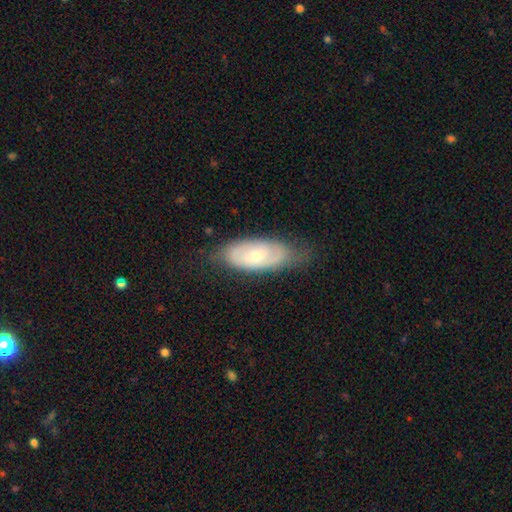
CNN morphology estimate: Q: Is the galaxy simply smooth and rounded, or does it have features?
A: featured or disk — 57%.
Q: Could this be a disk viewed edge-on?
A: no — 89%.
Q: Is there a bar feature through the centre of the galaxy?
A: no — 63%.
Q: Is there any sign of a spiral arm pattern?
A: yes — 73%.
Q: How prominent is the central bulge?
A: small — 52%.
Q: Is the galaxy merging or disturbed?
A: none — 66%.